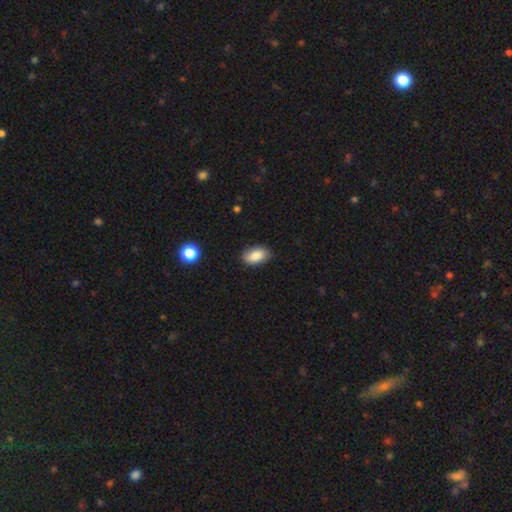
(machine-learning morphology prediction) smooth 87%, star or artifact 7%, featured or disk 6%. Down the decision tree: how rounded — in between (93%); merging — none (84%).